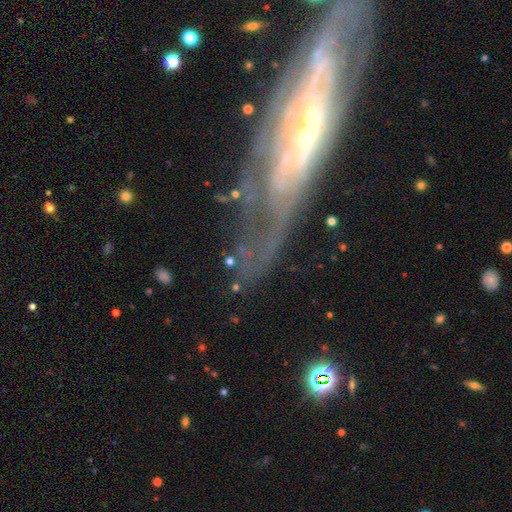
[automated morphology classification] smooth-or-featured: featured or disk: 72% | smooth: 15% | star or artifact: 12%
  disk-edge-on: no: 73% | yes: 27%
    bar: no: 61% | weak: 25% | strong: 14%
    has-spiral-arms: yes: 75% | no: 25%
    bulge-size: small: 54% | moderate: 26% | none: 11% | large: 6% | dominant: 3%
  merging: none: 58% | minor disturbance: 19% | major disturbance: 19% | merger: 5%